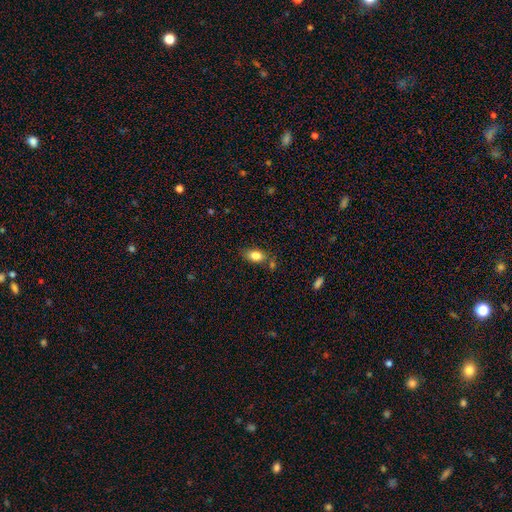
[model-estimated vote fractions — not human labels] A smooth galaxy with no disk features (83%) that is in between round and cigar-shaped (85%). Merging: none (71%).